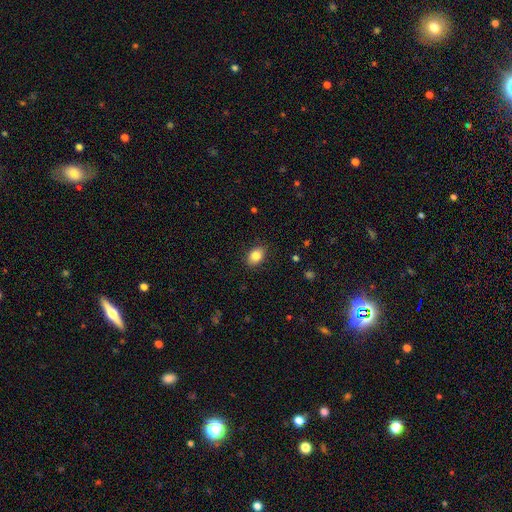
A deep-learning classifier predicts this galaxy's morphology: Smooth or featured?
  - smooth: 85% *
  - star or artifact: 8%
  - featured or disk: 6%
How rounded?
  - in between: 79% *
  - round: 20%
  - cigar-shaped: 1%
Merging?
  - none: 88% *
  - minor disturbance: 9%
  - major disturbance: 2%
  - merger: 1%